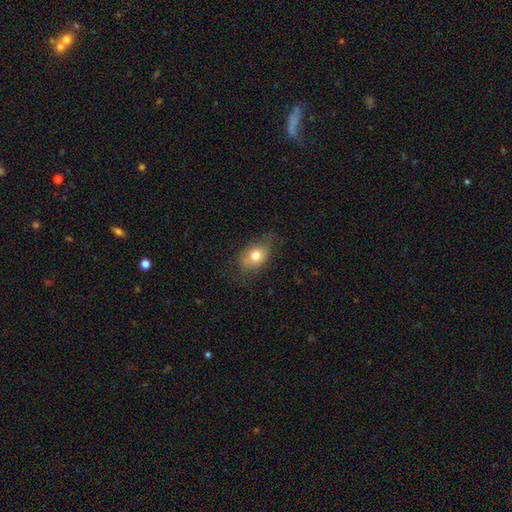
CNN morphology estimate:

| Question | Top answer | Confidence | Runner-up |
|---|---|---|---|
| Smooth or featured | smooth | 76% | featured or disk (15%) |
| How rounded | in between | 78% | round (20%) |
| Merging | none | 63% | minor disturbance (27%) |